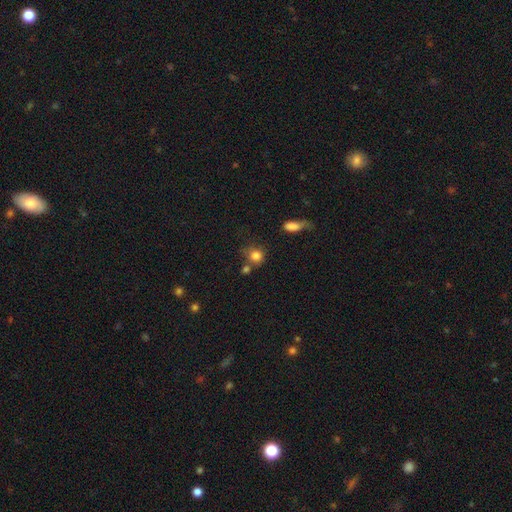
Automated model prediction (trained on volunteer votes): smooth_or_featured: smooth (p=0.81) [alt: star or artifact p=0.11]
how_rounded: round (p=0.79) [alt: in between p=0.19]
merging: none (p=0.54) [alt: merger p=0.20]